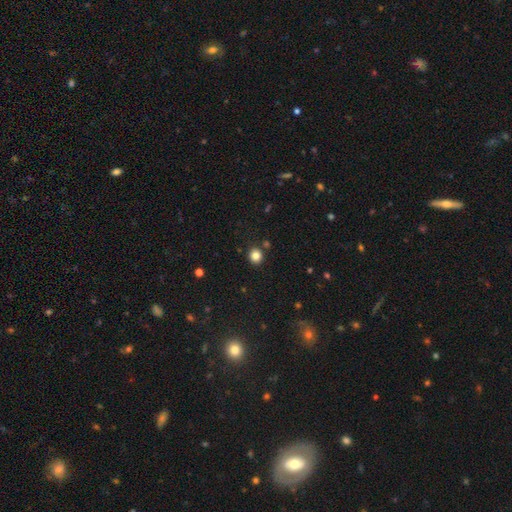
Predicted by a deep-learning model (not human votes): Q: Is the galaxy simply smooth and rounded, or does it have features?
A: smooth — 83%.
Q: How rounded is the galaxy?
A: round — 87%.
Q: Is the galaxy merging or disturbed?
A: none — 87%.